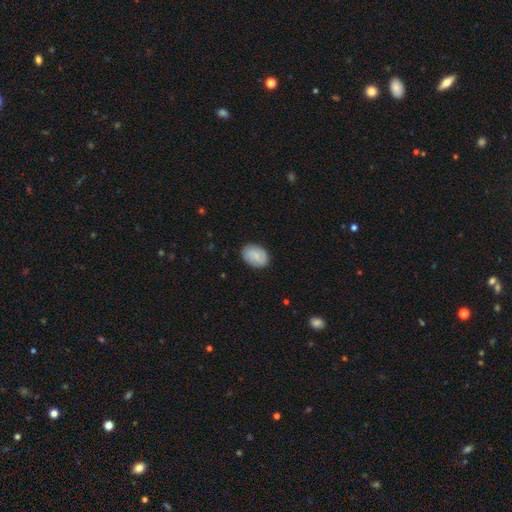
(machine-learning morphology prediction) Q: Smooth or featured?
A: smooth (73%); runner-up: featured or disk (20%)
Q: How rounded?
A: in between (77%); runner-up: round (21%)
Q: Merging?
A: none (84%); runner-up: minor disturbance (12%)